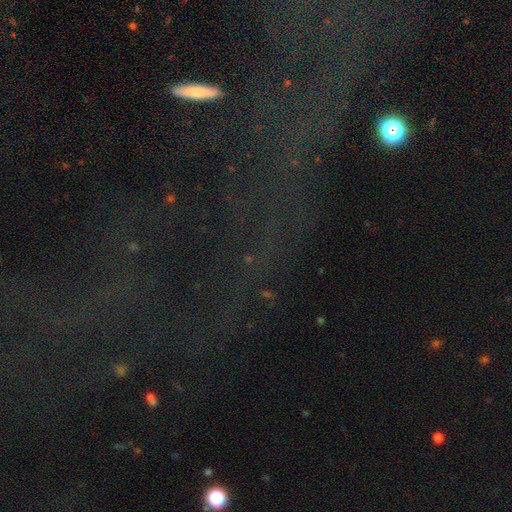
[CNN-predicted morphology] smooth-or-featured: star or artifact: 71% | featured or disk: 16% | smooth: 13%